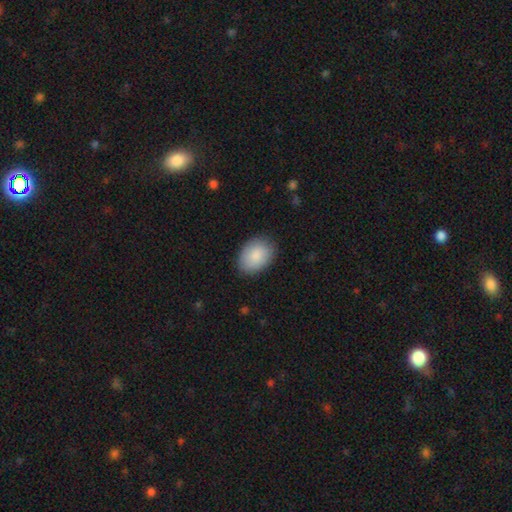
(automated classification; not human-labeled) smooth 88%, star or artifact 6%, featured or disk 6%. Down the decision tree: how rounded — in between (79%); merging — none (84%).